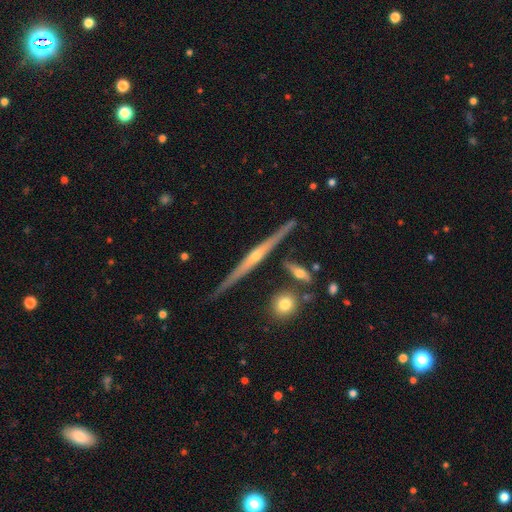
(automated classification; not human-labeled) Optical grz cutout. It shows a featured or disk galaxy (85%) viewed edge-on (98%) with a rounded central bulge (76%). Merging: none (87%).